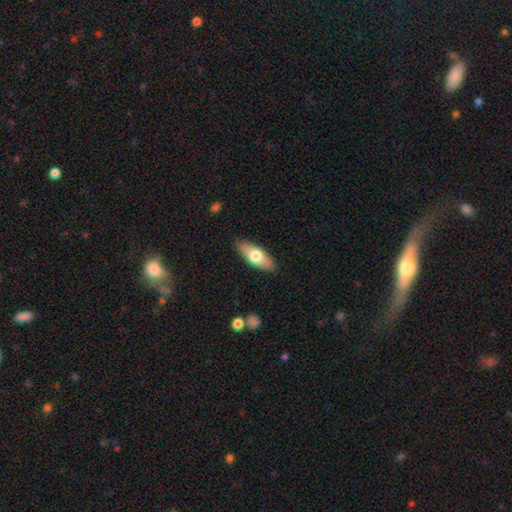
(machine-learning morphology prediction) smooth_or_featured: smooth (p=0.65) [alt: featured or disk p=0.30]
how_rounded: in between (p=0.74) [alt: cigar-shaped p=0.23]
merging: none (p=0.87) [alt: minor disturbance p=0.09]